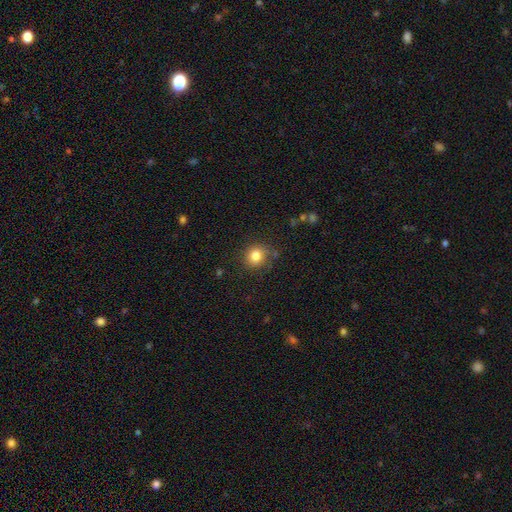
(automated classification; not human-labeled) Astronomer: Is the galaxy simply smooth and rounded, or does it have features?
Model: smooth — 82%.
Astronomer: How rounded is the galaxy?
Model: round — 87%.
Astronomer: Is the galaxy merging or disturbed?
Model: none — 82%.